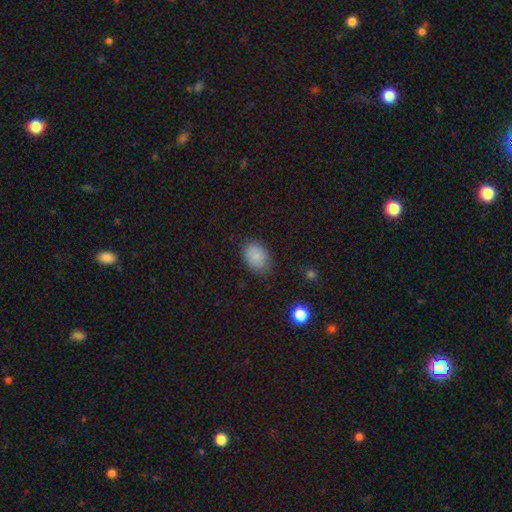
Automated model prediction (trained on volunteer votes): Smooth or featured?
  - smooth: 86% *
  - star or artifact: 9%
  - featured or disk: 5%
How rounded?
  - in between: 80% *
  - round: 19%
  - cigar-shaped: 1%
Merging?
  - none: 77% *
  - minor disturbance: 18%
  - major disturbance: 4%
  - merger: 1%